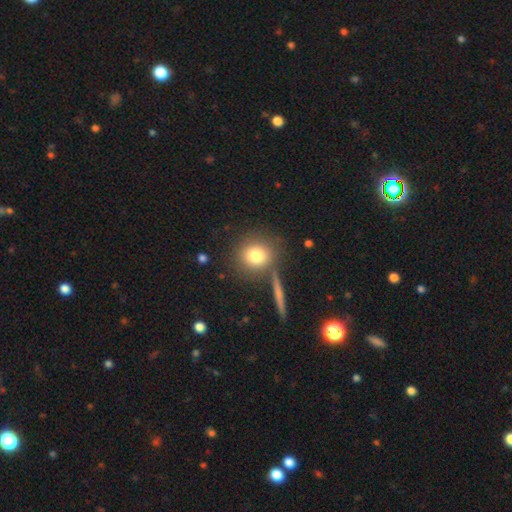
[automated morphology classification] Smooth or featured: smooth — 78% (featured or disk — 11%)
How rounded: round — 86% (in between — 12%)
Merging: none — 75% (merger — 10%)